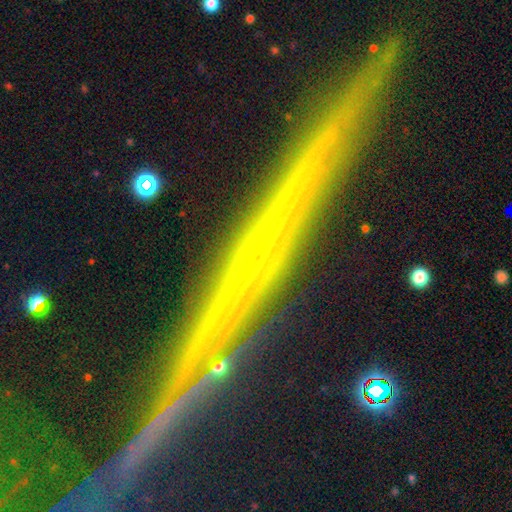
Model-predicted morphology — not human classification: featured or disk 57%, star or artifact 32%, smooth 11%. Down the decision tree: edge-on disk — yes (90%); edge-on bulge — none (51%); merging — none (84%).